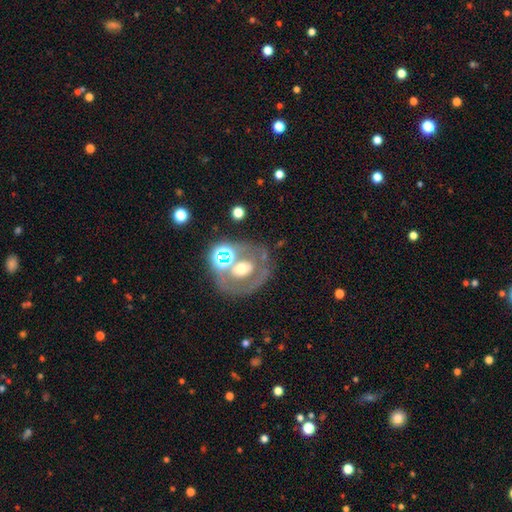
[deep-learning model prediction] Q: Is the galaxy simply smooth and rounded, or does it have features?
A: featured or disk — 62%.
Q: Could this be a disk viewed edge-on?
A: no — 94%.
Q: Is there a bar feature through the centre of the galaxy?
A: no — 70%.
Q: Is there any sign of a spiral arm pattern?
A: no — 64%.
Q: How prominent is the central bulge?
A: moderate — 64%.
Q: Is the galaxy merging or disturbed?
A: none — 39%.